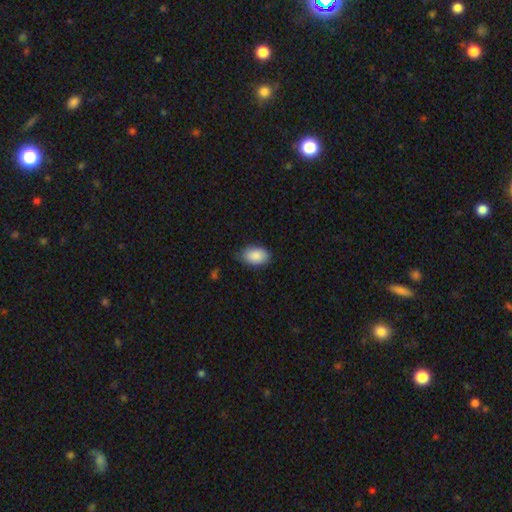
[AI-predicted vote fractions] Smooth or featured? Predicted: smooth (p=0.89). How rounded? Predicted: in between (p=0.90). Merging? Predicted: none (p=0.71).